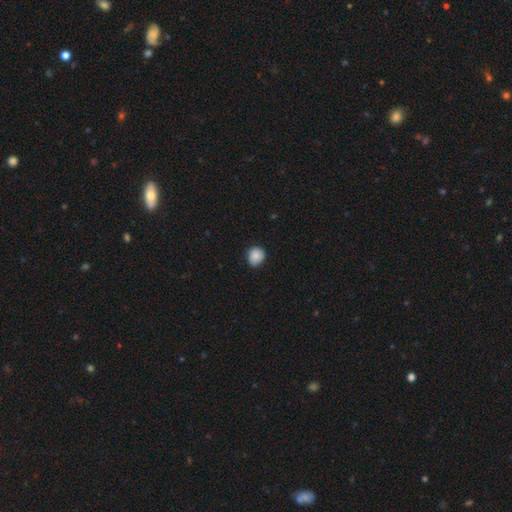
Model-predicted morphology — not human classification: smooth_or_featured: smooth (p=0.87) [alt: star or artifact p=0.08]
how_rounded: round (p=0.82) [alt: in between p=0.17]
merging: none (p=0.83) [alt: minor disturbance p=0.14]